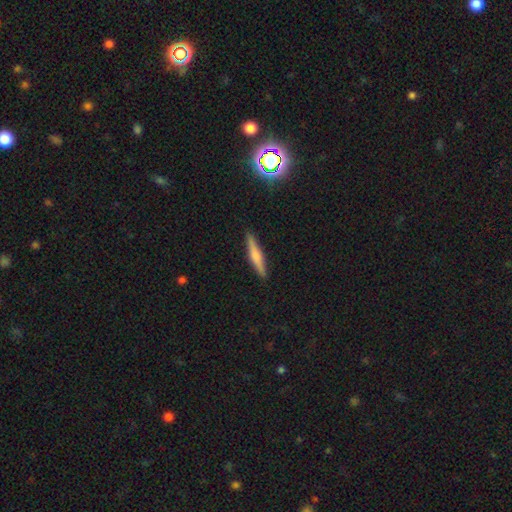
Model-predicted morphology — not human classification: A smooth galaxy with no disk features (49%).

Vote fractions:
- Smooth or featured? smooth: 49% / featured or disk: 45% / star or artifact: 7%
- Merging? none: 90% / minor disturbance: 7% / major disturbance: 2% / merger: 1%